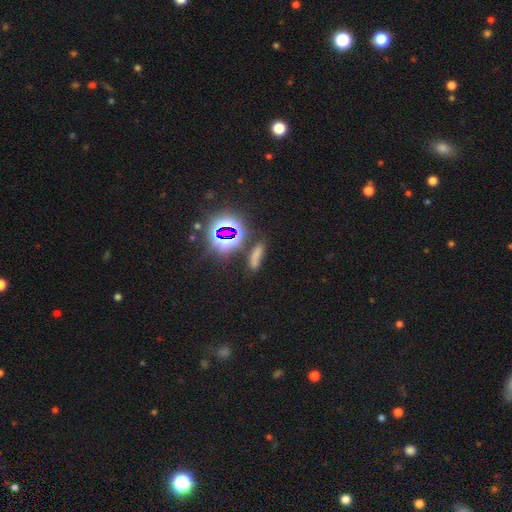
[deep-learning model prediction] A smooth galaxy with no disk features (53%) that is cigar-shaped (49%). Merging: none (61%).